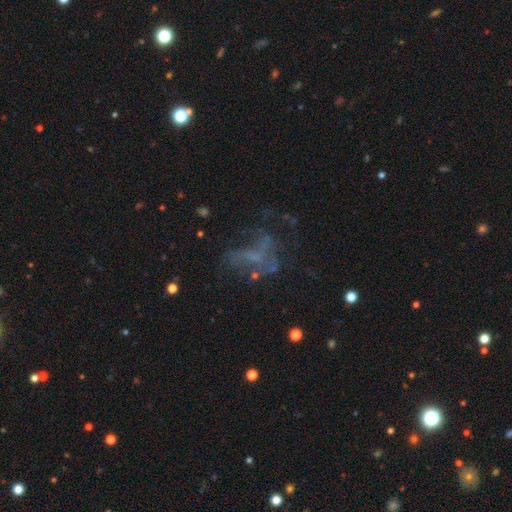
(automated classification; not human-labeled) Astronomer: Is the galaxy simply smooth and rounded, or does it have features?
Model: featured or disk — 51% (runner-up: star or artifact, 28%).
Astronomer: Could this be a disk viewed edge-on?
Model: no — 96%.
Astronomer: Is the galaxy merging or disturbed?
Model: major disturbance — 41% (runner-up: none, 37%).